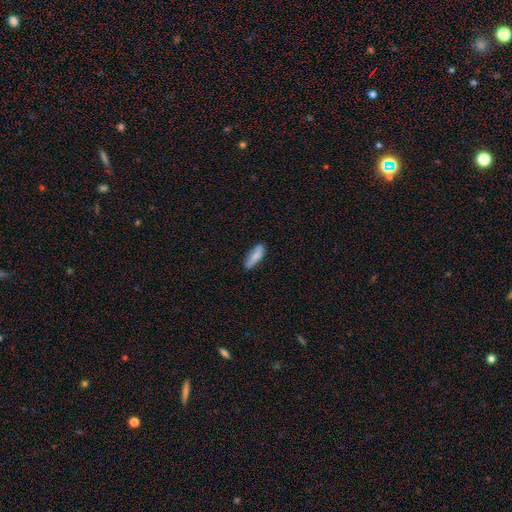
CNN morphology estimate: The model was most divided on "how rounded": in between: 49%, cigar-shaped: 48%, round: 2%. More confident: smooth or featured — smooth (80%); merging — none (78%).